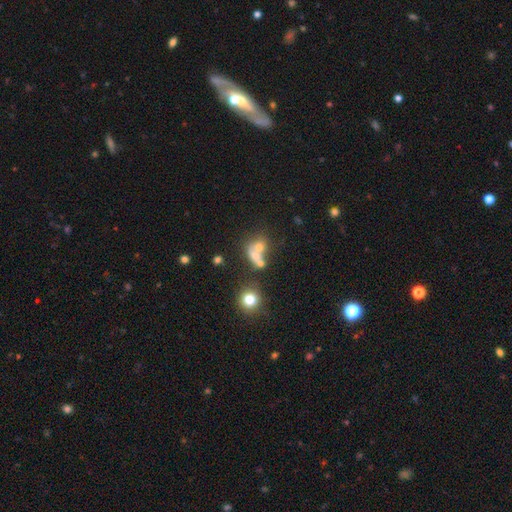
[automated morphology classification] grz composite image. It shows a smooth galaxy with no disk features (53%) that is round (54%). Merging: merger (54%).